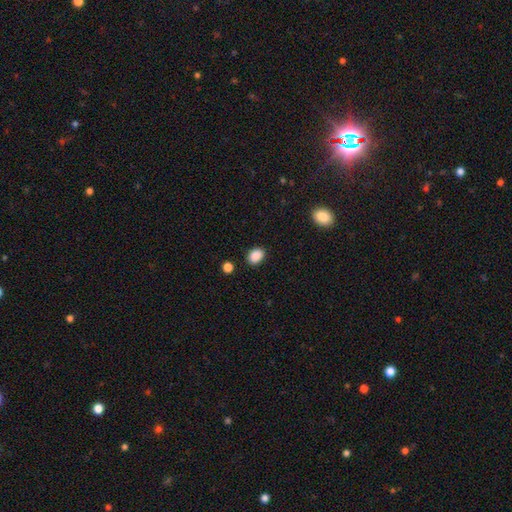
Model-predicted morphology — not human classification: Smooth or featured? Predicted: smooth (p=0.89). How rounded? Predicted: in between (p=0.72). Merging? Predicted: none (p=0.85).